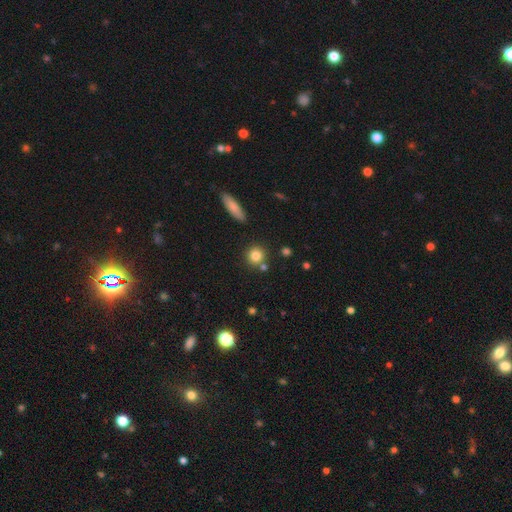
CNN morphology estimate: Smooth or featured? smooth (82%)
How rounded? round (89%)
Merging? none (77%)